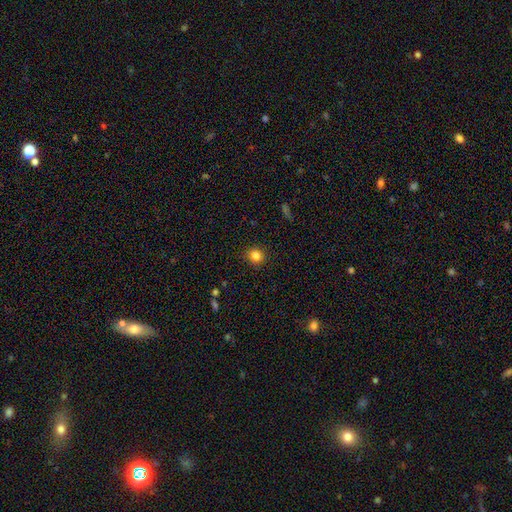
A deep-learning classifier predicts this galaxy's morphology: smooth 83%, star or artifact 12%, featured or disk 5%. Down the decision tree: how rounded — round (89%); merging — none (90%).